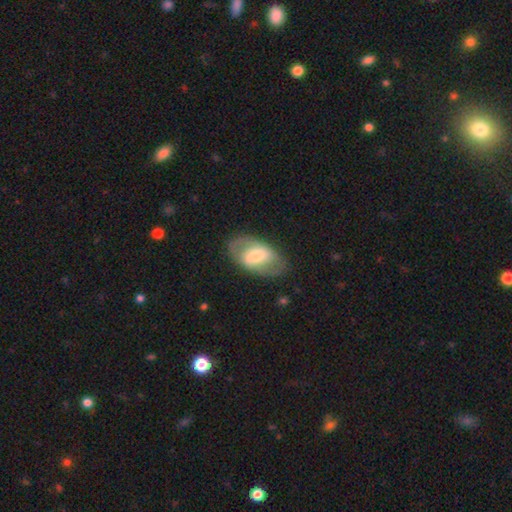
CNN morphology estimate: Smooth or featured? Predicted: featured or disk (p=0.51). Edge-on disk? Predicted: no (p=0.91). Merging? Predicted: none (p=0.77).